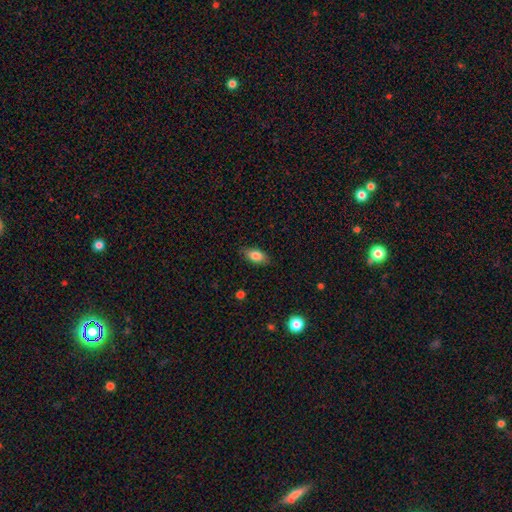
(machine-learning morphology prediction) smooth-or-featured: smooth: 81% | featured or disk: 11% | star or artifact: 7%
  how-rounded: in between: 88% | cigar-shaped: 7% | round: 5%
  merging: none: 84% | minor disturbance: 13% | major disturbance: 3% | merger: 1%